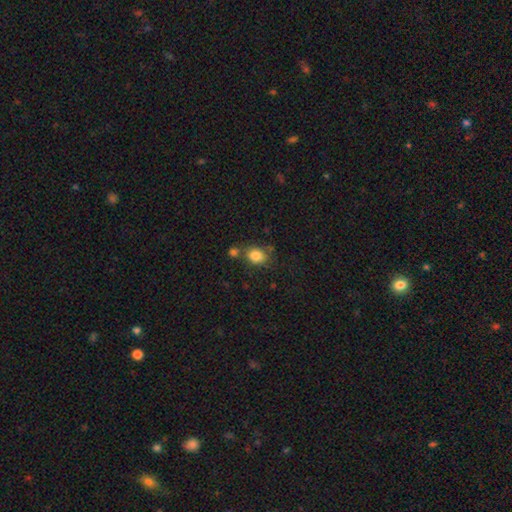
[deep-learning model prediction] This is clearly a smooth galaxy (83%). How rounded: possibly round (55%). Merging: likely none (63%).